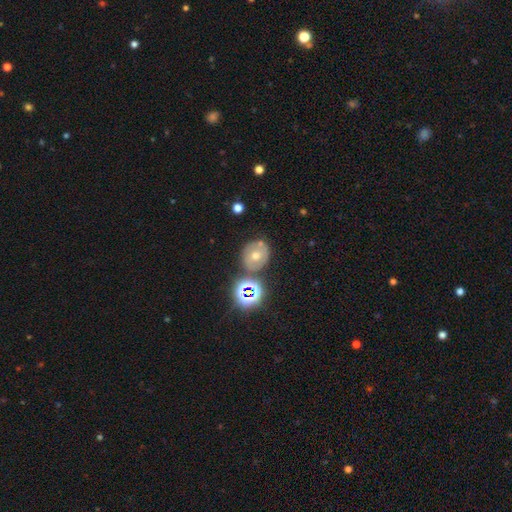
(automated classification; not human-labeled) Smooth or featured? Predicted: featured or disk (p=0.40). Merging? Predicted: none (p=0.72).